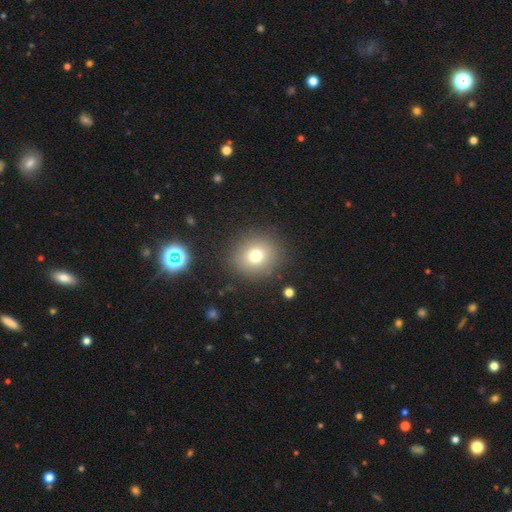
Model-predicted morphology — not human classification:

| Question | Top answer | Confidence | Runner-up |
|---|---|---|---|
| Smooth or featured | smooth | 74% | star or artifact (15%) |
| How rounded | round | 83% | in between (16%) |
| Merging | none | 87% | minor disturbance (8%) |